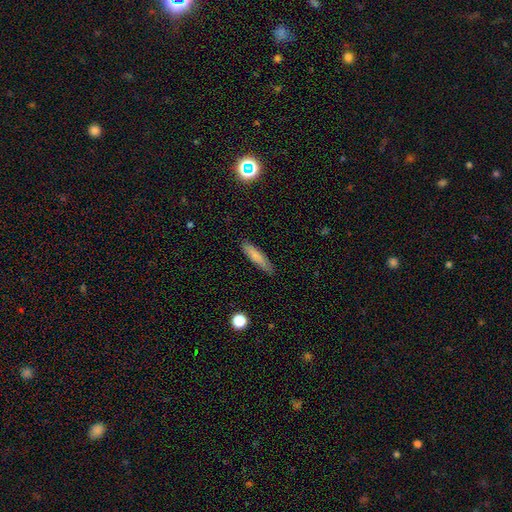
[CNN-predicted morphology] Smooth or featured? smooth (77%)
How rounded? cigar-shaped (80%)
Merging? none (84%)